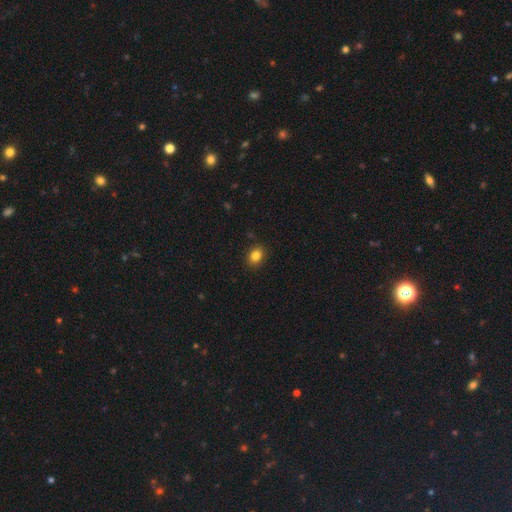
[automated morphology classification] This is clearly a smooth galaxy (84%). How rounded: possibly in between (52%). Merging: clearly none (88%).